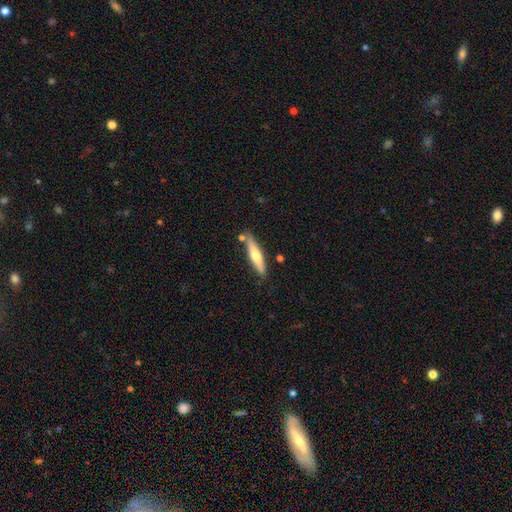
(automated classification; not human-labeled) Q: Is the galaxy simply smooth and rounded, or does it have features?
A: smooth — 51%.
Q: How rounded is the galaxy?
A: cigar-shaped — 85%.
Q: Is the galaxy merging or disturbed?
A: none — 79%.